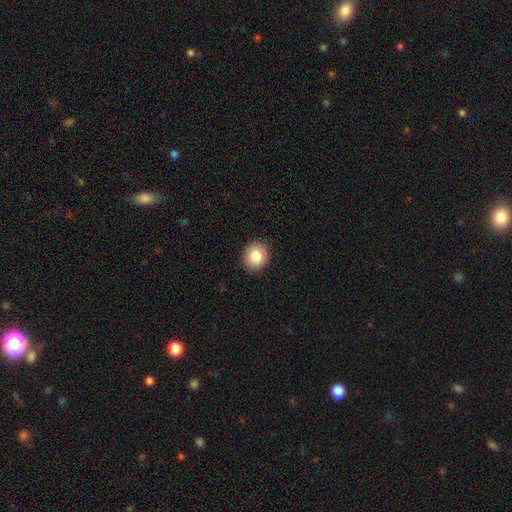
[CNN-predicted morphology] Smooth or featured: smooth — 85% (star or artifact — 8%)
How rounded: round — 70% (in between — 29%)
Merging: none — 90% (minor disturbance — 7%)